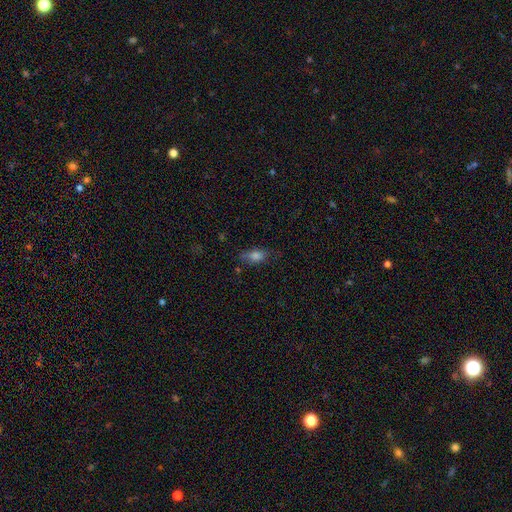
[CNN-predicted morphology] Smooth or featured: smooth — 72% (featured or disk — 17%)
How rounded: in between — 76% (cigar-shaped — 17%)
Merging: none — 69% (minor disturbance — 22%)